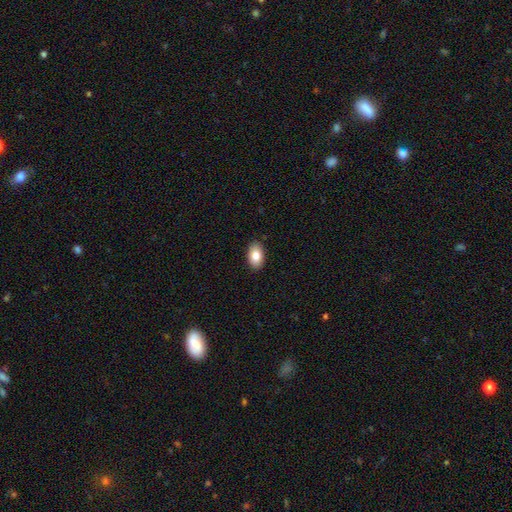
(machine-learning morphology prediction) Q: Smooth or featured?
A: smooth (83%); runner-up: featured or disk (9%)
Q: How rounded?
A: in between (91%); runner-up: round (8%)
Q: Merging?
A: none (89%); runner-up: minor disturbance (8%)